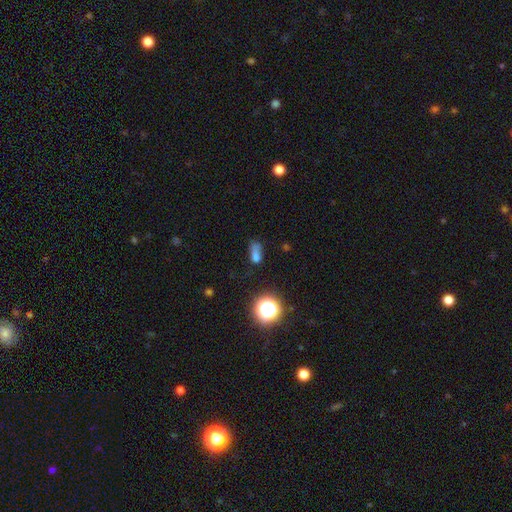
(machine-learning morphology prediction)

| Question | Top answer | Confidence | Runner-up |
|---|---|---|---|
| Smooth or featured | smooth | 64% | star or artifact (21%) |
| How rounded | in between | 65% | round (25%) |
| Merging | none | 36% | major disturbance (25%) |